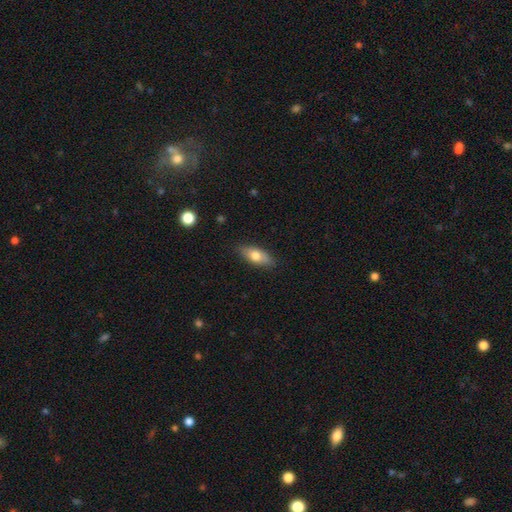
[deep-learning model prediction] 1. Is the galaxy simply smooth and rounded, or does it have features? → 72% smooth, 21% featured or disk, 7% star or artifact.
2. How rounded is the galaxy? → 78% in between, 18% cigar-shaped, 4% round.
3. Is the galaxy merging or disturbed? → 84% none, 12% minor disturbance, 2% major disturbance, 1% merger.